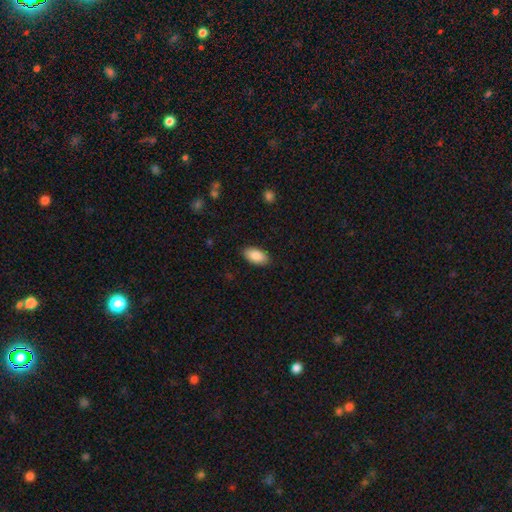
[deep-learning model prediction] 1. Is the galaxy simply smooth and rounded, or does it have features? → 88% smooth, 7% star or artifact, 5% featured or disk.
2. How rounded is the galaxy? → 95% in between, 3% cigar-shaped, 3% round.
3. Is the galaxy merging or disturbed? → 88% none, 9% minor disturbance, 2% major disturbance, 1% merger.